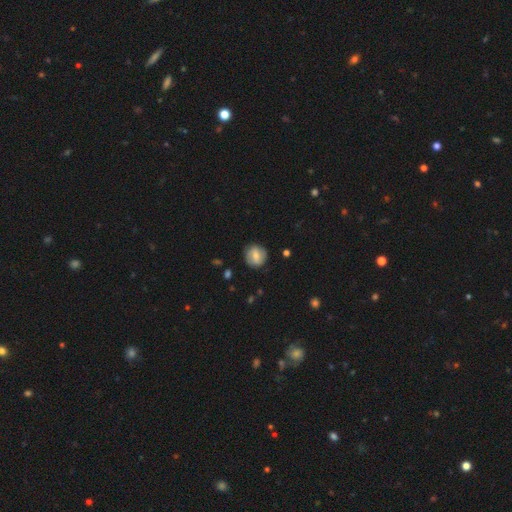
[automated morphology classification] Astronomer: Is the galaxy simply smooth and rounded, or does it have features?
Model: smooth — 58% (runner-up: featured or disk, 34%).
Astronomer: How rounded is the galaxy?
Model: round — 83%.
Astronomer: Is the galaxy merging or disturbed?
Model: none — 83%.